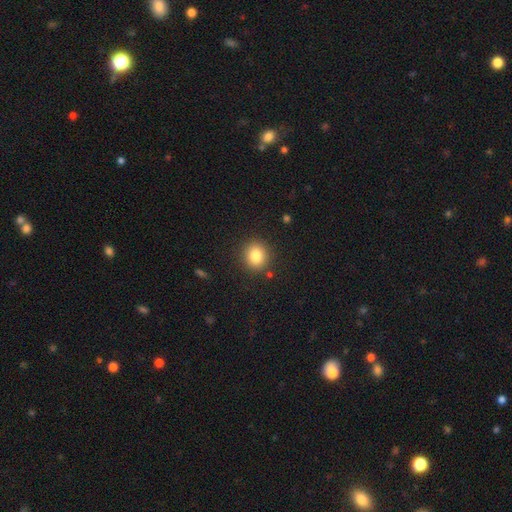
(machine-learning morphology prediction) smooth_or_featured: smooth (p=0.83) [alt: star or artifact p=0.10]
how_rounded: round (p=0.82) [alt: in between p=0.17]
merging: none (p=0.88) [alt: minor disturbance p=0.07]